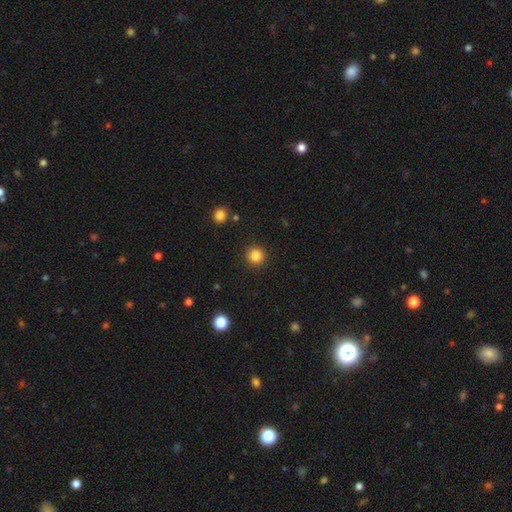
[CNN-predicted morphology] Overall: smooth (85%). How rounded: round (95%). Merging: none (91%).